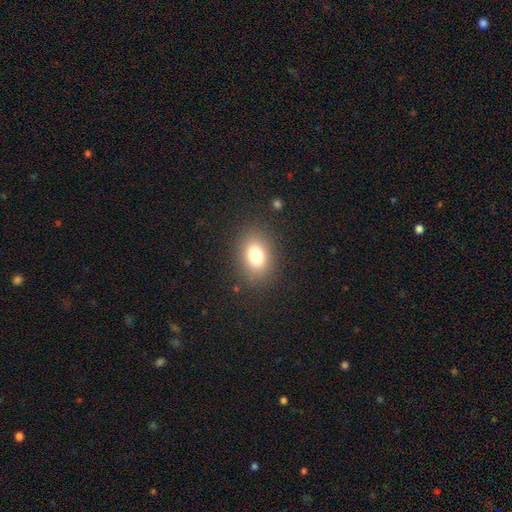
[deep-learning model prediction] This is likely a smooth galaxy (78%). How rounded: likely in between (67%). Merging: clearly none (85%).